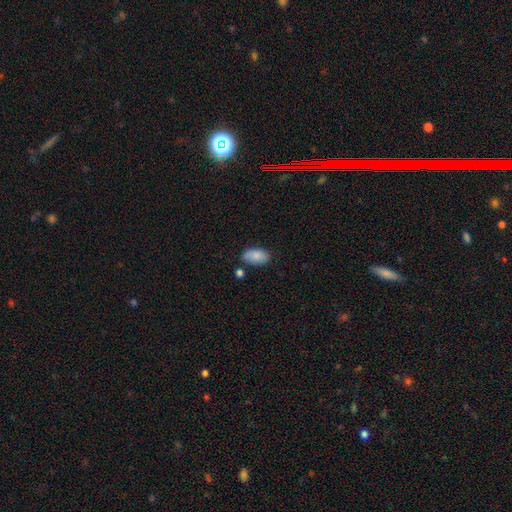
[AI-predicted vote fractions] A smooth galaxy with no disk features (85%) that is in between round and cigar-shaped (94%).

Vote fractions:
- Smooth or featured? smooth: 85% / featured or disk: 8% / star or artifact: 7%
- How rounded? in between: 94% / round: 4% / cigar-shaped: 2%
- Merging? none: 73% / minor disturbance: 17% / merger: 7% / major disturbance: 4%